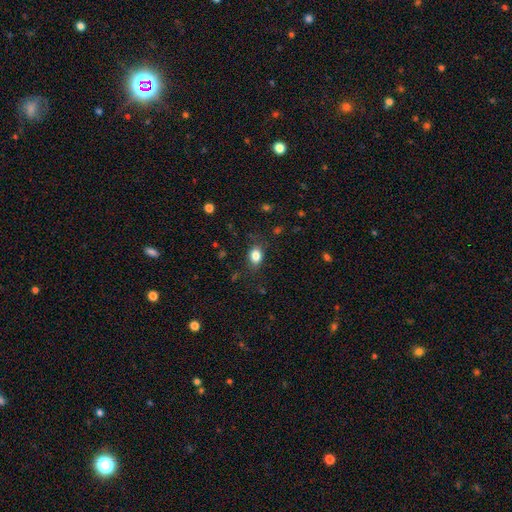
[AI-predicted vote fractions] Q: Smooth or featured?
A: smooth (83%); runner-up: star or artifact (10%)
Q: How rounded?
A: in between (66%); runner-up: round (32%)
Q: Merging?
A: none (79%); runner-up: minor disturbance (16%)